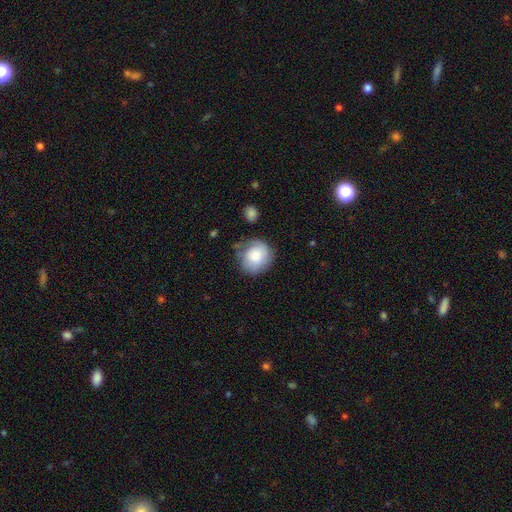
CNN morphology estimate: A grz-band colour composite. It shows a smooth galaxy with no disk features (77%) that is round (85%). Merging: none (62%).